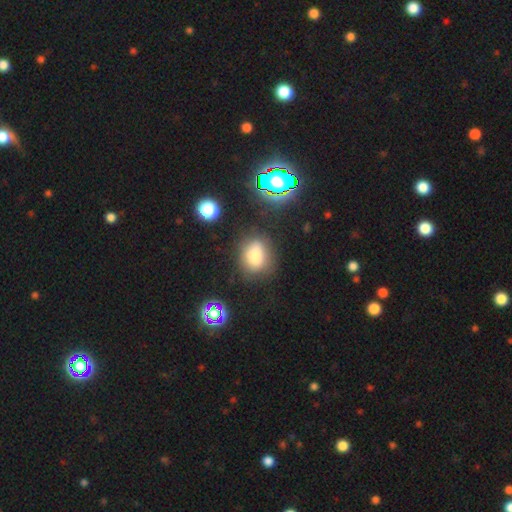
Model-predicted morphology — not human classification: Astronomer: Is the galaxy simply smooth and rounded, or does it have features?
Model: smooth — 72%.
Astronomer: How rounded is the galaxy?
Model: in between — 62%.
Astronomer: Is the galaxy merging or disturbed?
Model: none — 71%.